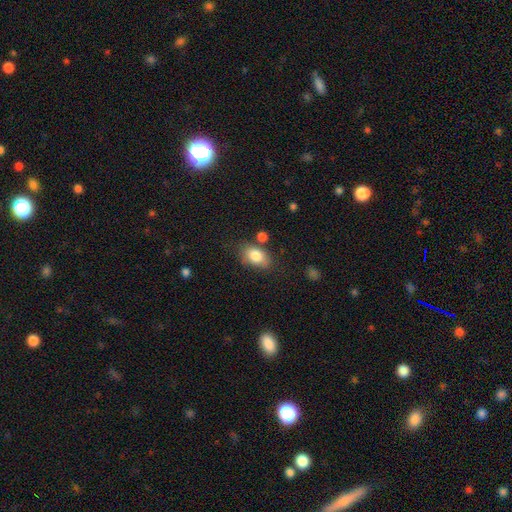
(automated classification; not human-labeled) Smooth or featured? Predicted: smooth (p=0.82). How rounded? Predicted: in between (p=0.85). Merging? Predicted: none (p=0.68).